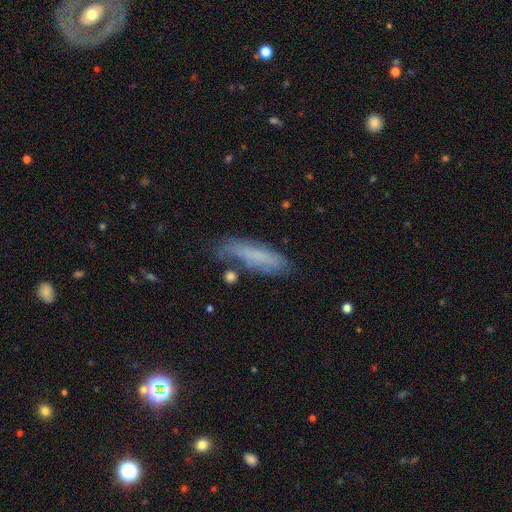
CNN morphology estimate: smooth-or-featured: smooth: 64% | featured or disk: 25% | star or artifact: 11%
  how-rounded: cigar-shaped: 66% | in between: 32% | round: 2%
  merging: none: 60% | minor disturbance: 25% | major disturbance: 9% | merger: 5%